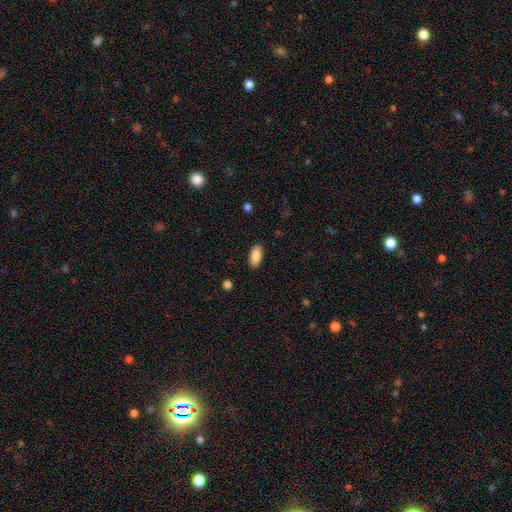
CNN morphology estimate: The model was most divided on "how rounded": in between: 87%, cigar-shaped: 11%, round: 2%. More confident: merging — none (89%); smooth or featured — smooth (89%).